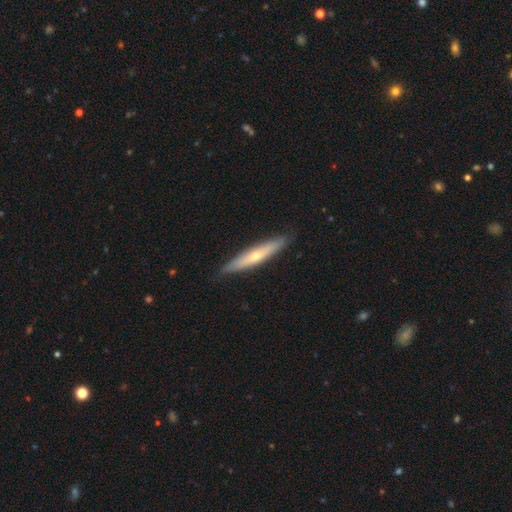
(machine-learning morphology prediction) The model was most divided on "smooth or featured": featured or disk: 50%, smooth: 44%, star or artifact: 6%. More confident: merging — none (87%); edge-on disk — yes (85%).